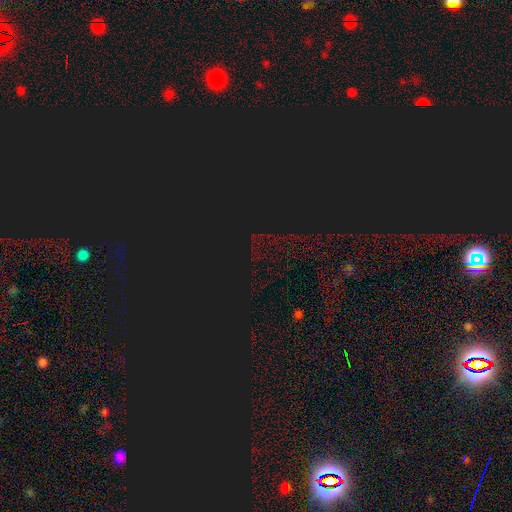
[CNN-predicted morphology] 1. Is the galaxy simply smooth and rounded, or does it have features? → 85% star or artifact, 9% smooth, 6% featured or disk.